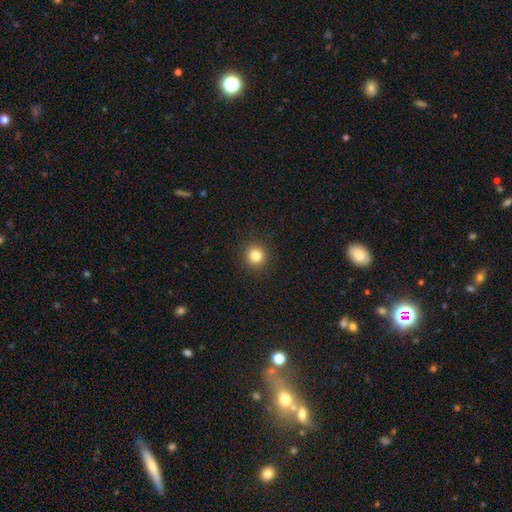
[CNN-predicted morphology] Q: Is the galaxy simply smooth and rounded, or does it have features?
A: smooth — 82%.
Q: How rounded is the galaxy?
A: round — 94%.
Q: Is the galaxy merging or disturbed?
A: none — 92%.